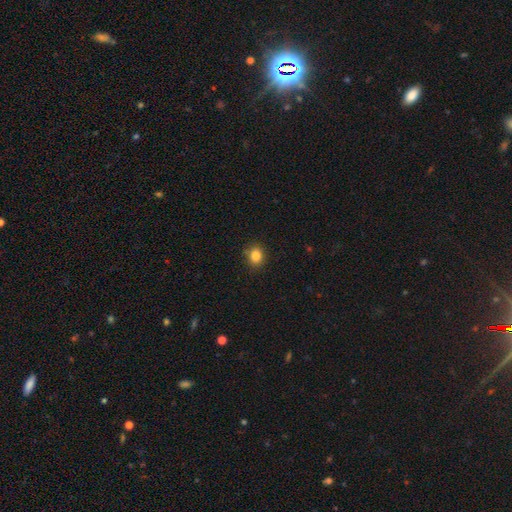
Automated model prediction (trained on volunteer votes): smooth 84%, star or artifact 11%, featured or disk 5%. Down the decision tree: how rounded — round (68%); merging — none (85%).